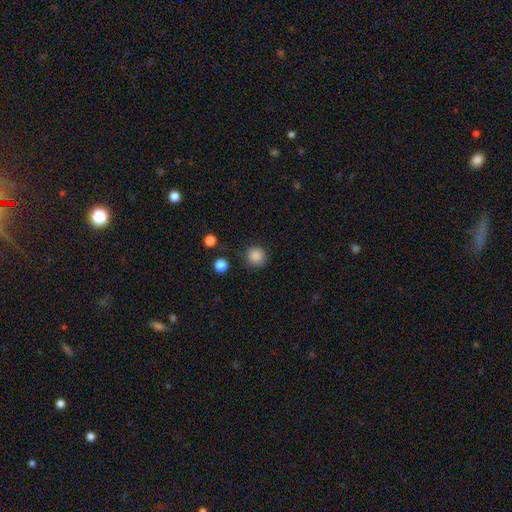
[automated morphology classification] This is clearly a smooth galaxy (86%). How rounded: clearly round (92%). Merging: clearly none (86%).